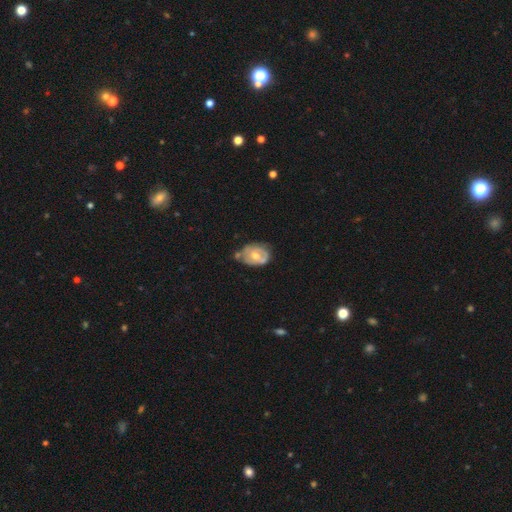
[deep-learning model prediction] Morphology: type=featured or disk (64%); edge-on=no (96%); bar=no (62%); spiral arms=yes (61%); bulge=moderate (67%); merging=none (42%).